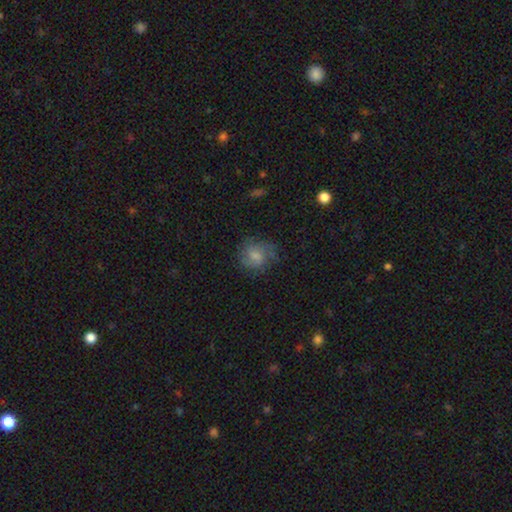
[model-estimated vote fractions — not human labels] Smooth or featured?
  - smooth: 54% *
  - featured or disk: 36%
  - star or artifact: 10%
How rounded?
  - round: 68% *
  - in between: 30%
  - cigar-shaped: 1%
Merging?
  - none: 62% *
  - minor disturbance: 23%
  - major disturbance: 14%
  - merger: 1%